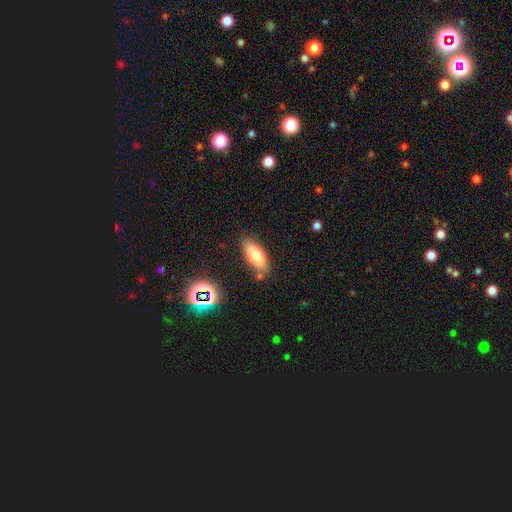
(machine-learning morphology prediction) This appears to be a smooth galaxy with no disk features (74%) that is in between round and cigar-shaped (80%). Merging: none (80%).